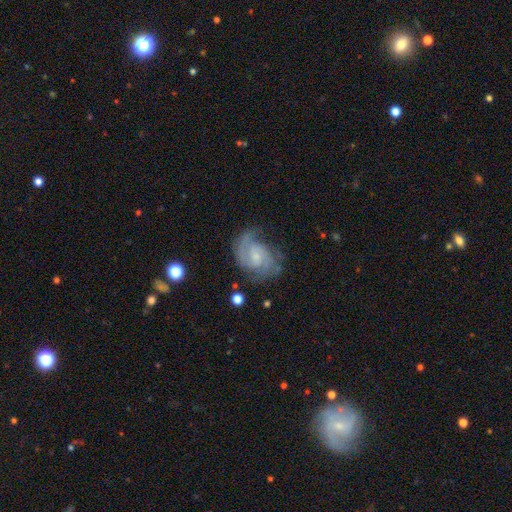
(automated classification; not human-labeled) The model was most divided on "spiral winding": medium: 46%, tight: 39%, loose: 15%. More confident: edge-on disk — no (98%); spiral arms — yes (95%); smooth or featured — featured or disk (82%); bulge size — small (68%); spiral arm count — 2 (63%); merging — none (63%); bar — no (56%).